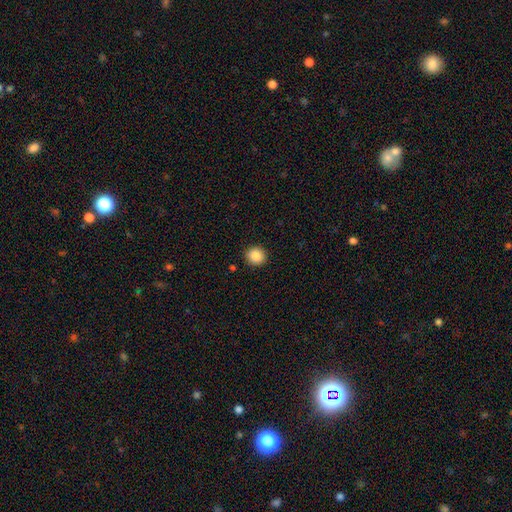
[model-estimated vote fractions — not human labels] smooth-or-featured: smooth: 88% | star or artifact: 9% | featured or disk: 3%
  how-rounded: round: 90% | in between: 9% | cigar-shaped: 1%
  merging: none: 91% | minor disturbance: 6% | major disturbance: 2% | merger: 1%